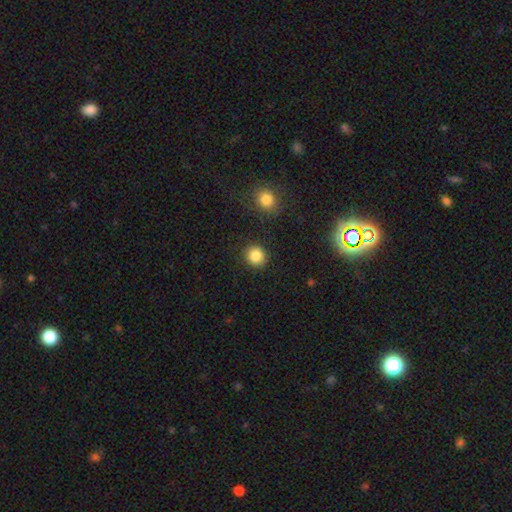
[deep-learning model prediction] smooth_or_featured: smooth (p=0.86) [alt: star or artifact p=0.10]
how_rounded: round (p=0.86) [alt: in between p=0.13]
merging: none (p=0.89) [alt: minor disturbance p=0.07]